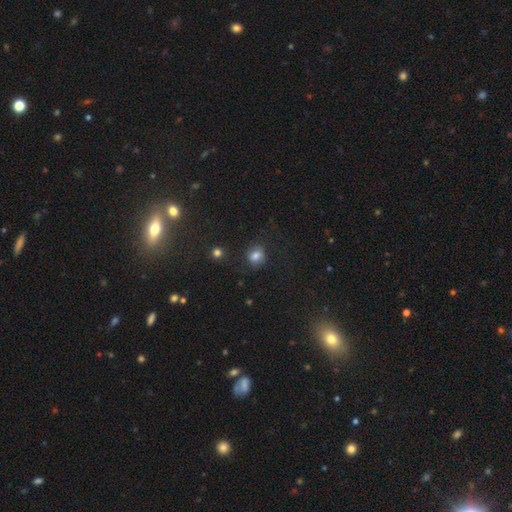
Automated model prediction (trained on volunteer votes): smooth_or_featured: smooth (p=0.79) [alt: star or artifact p=0.13]
how_rounded: round (p=0.74) [alt: in between p=0.25]
merging: none (p=0.74) [alt: minor disturbance p=0.16]